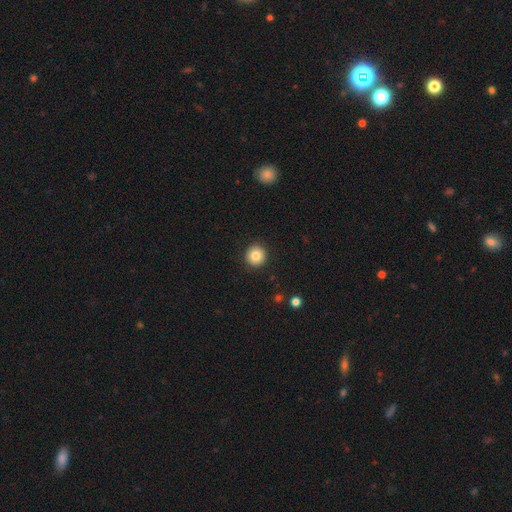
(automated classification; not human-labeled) Q: Smooth or featured?
A: smooth (84%); runner-up: star or artifact (9%)
Q: How rounded?
A: round (95%); runner-up: in between (4%)
Q: Merging?
A: none (92%); runner-up: minor disturbance (5%)